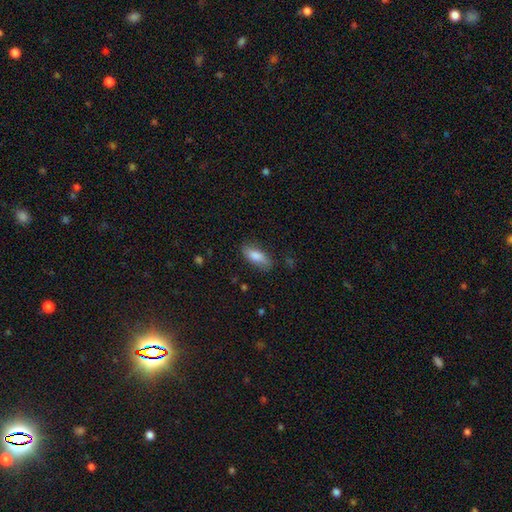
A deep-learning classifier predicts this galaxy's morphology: smooth-or-featured: smooth: 82% | featured or disk: 11% | star or artifact: 6%
  how-rounded: in between: 78% | cigar-shaped: 20% | round: 2%
  merging: none: 80% | minor disturbance: 15% | major disturbance: 4% | merger: 1%